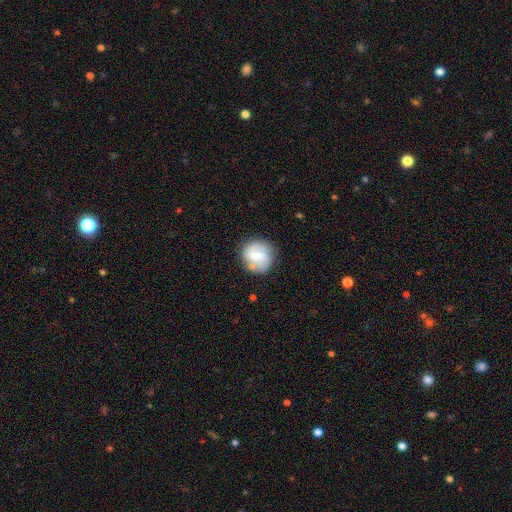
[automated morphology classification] A featured or disk galaxy (61%) with a weak bar (53%), 2 (68%) medium (44%) spiral arms (86%) and a small central bulge (48%).

Vote fractions:
- Smooth or featured? featured or disk: 61% / smooth: 33% / star or artifact: 6%
- Edge-on disk? no: 98% / yes: 2%
- Bar? weak: 53% / no: 33% / strong: 13%
- Spiral arms? yes: 86% / no: 14%
- Spiral winding? medium: 44% / tight: 31% / loose: 26%
- Spiral arm count? 2: 68% / can't tell: 15% / 3: 9% / 1: 4% / 4: 2% / more than 4: 2%
- Bulge size? small: 48% / moderate: 44% / none: 4% / large: 3% / dominant: 1%
- Merging? none: 75% / minor disturbance: 16% / major disturbance: 6% / merger: 4%